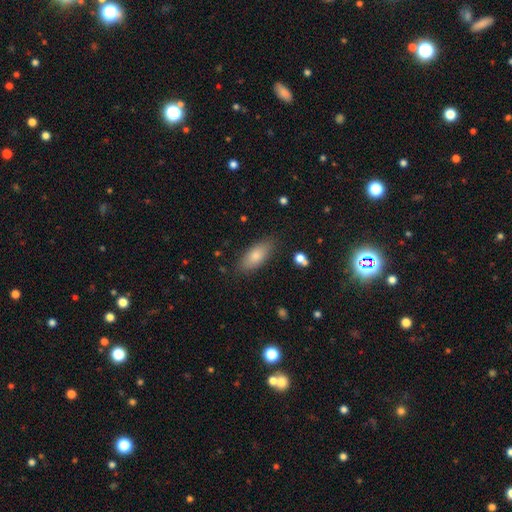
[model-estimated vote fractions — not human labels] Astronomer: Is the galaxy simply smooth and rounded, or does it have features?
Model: smooth — 80%.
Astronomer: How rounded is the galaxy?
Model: in between — 82%.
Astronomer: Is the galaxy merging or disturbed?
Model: none — 83%.